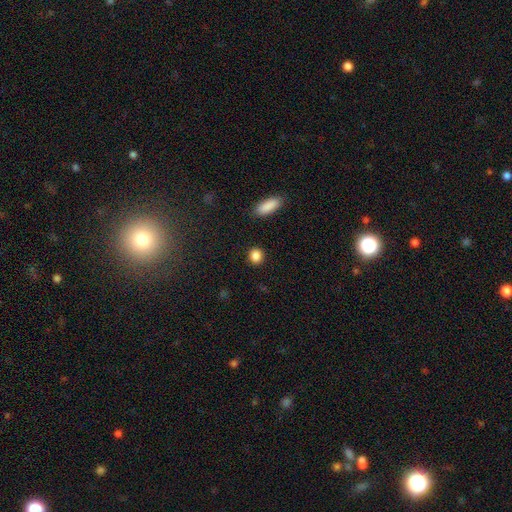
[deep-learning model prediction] Smooth or featured: smooth — 87% (star or artifact — 9%)
How rounded: round — 73% (in between — 25%)
Merging: none — 89% (minor disturbance — 7%)